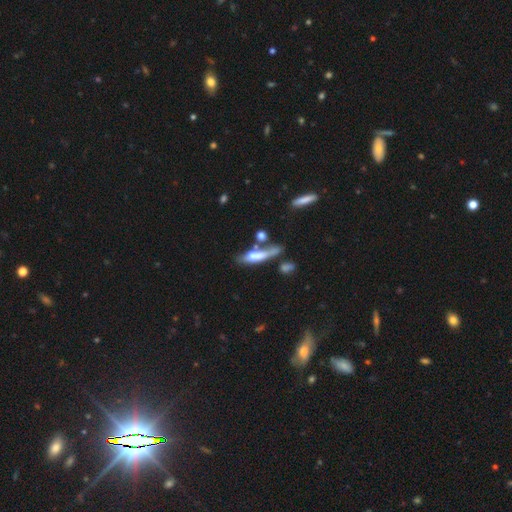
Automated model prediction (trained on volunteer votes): smooth_or_featured: smooth (p=0.56) [alt: featured or disk p=0.35]
how_rounded: cigar-shaped (p=0.70) [alt: in between p=0.26]
merging: none (p=0.37) [alt: merger p=0.26]